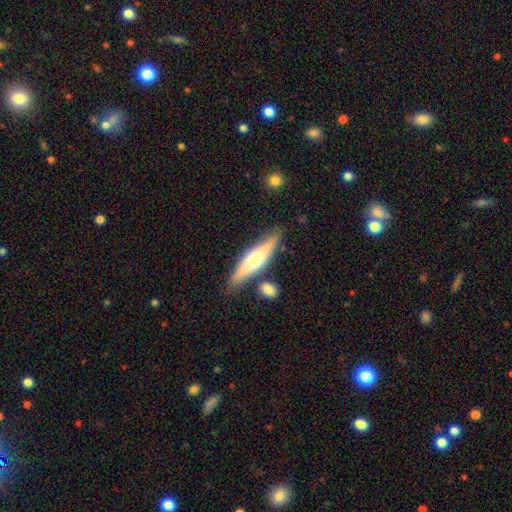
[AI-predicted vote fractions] Overall: smooth (50%; featured or disk 45%). How rounded: cigar-shaped (69%). Merging: none (76%).